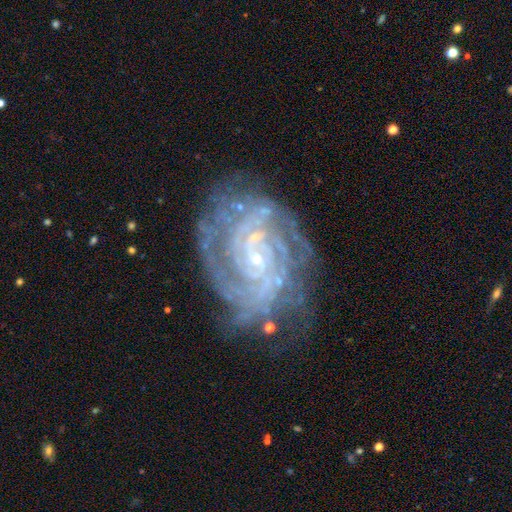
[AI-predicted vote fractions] A featured or disk galaxy (88%) with no bar (58%), tight (73%) spiral arms (97%) and a small central bulge (83%). Merging: none (70%).